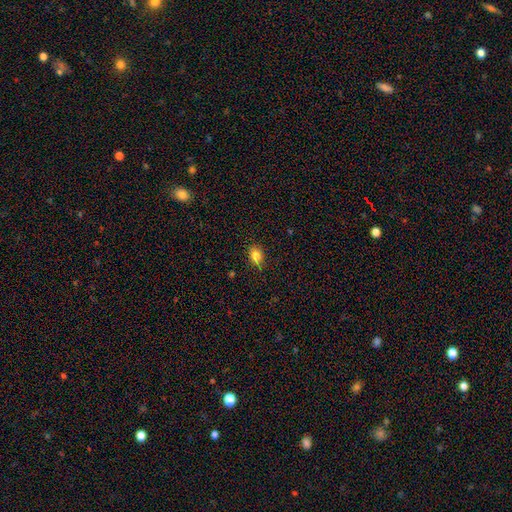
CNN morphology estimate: The model was most divided on "how rounded": in between: 69%, round: 28%, cigar-shaped: 2%. More confident: smooth or featured — smooth (81%); merging — none (75%).